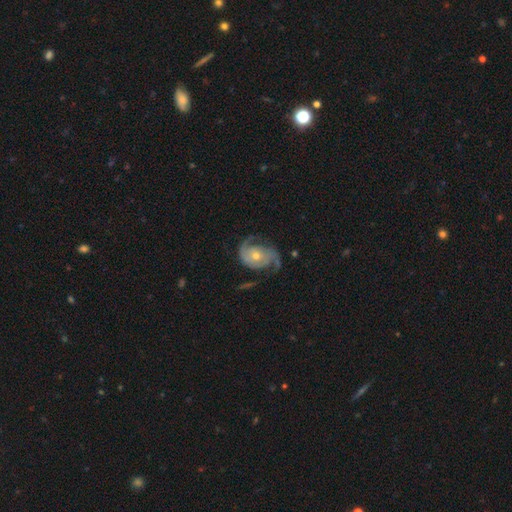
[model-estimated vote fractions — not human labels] Smooth or featured?
  - featured or disk: 88% *
  - smooth: 7%
  - star or artifact: 5%
Edge-on disk?
  - no: 97% *
  - yes: 3%
Bar?
  - no: 74% *
  - weak: 20%
  - strong: 6%
Spiral arms?
  - yes: 97% *
  - no: 3%
Spiral winding?
  - medium: 47% *
  - tight: 34%
  - loose: 20%
Spiral arm count?
  - 2: 75% *
  - 3: 11%
  - can't tell: 6%
  - 1: 4%
  - 4: 2%
  - more than 4: 2%
Bulge size?
  - moderate: 53% *
  - small: 43%
  - large: 2%
  - none: 1%
  - dominant: 1%
Merging?
  - none: 67% *
  - minor disturbance: 19%
  - major disturbance: 12%
  - merger: 2%